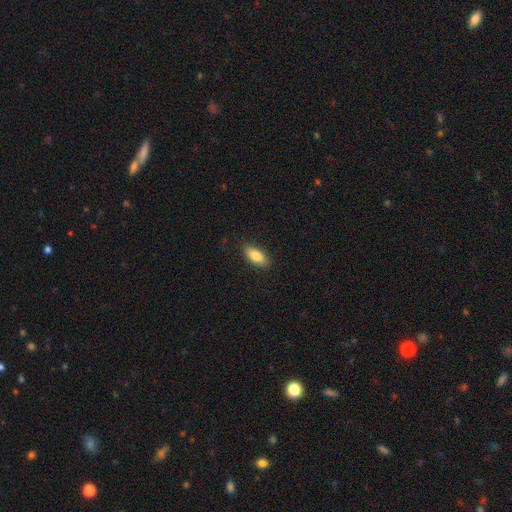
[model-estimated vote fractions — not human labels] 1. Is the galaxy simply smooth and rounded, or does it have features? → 85% smooth, 9% featured or disk, 7% star or artifact.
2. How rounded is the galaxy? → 85% in between, 12% cigar-shaped, 3% round.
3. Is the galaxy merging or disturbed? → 87% none, 10% minor disturbance, 2% major disturbance, 1% merger.